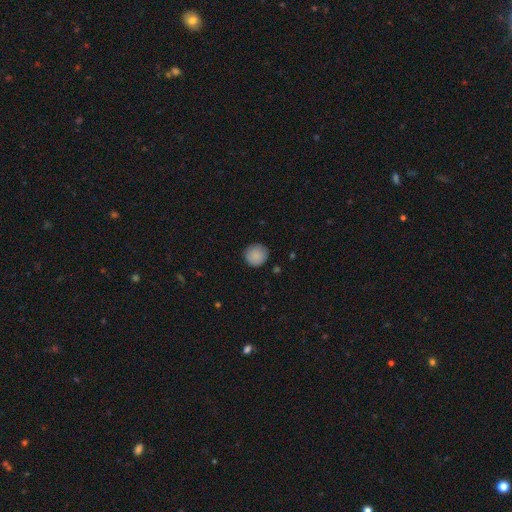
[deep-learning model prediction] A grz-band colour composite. It shows a smooth galaxy with no disk features (88%) that is round (94%). Merging: none (89%).